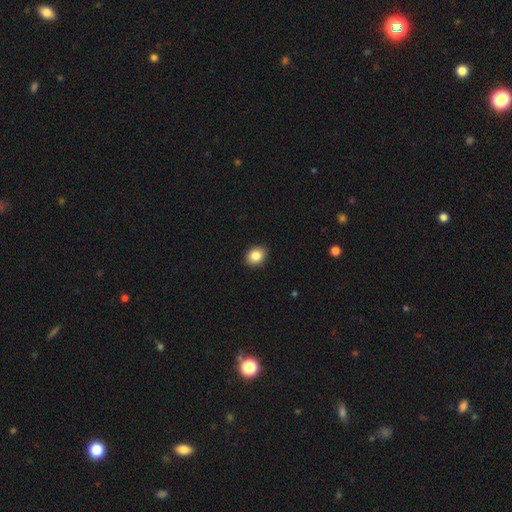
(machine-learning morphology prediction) Smooth or featured: smooth — 85% (star or artifact — 9%)
How rounded: in between — 54% (round — 45%)
Merging: none — 90% (minor disturbance — 7%)